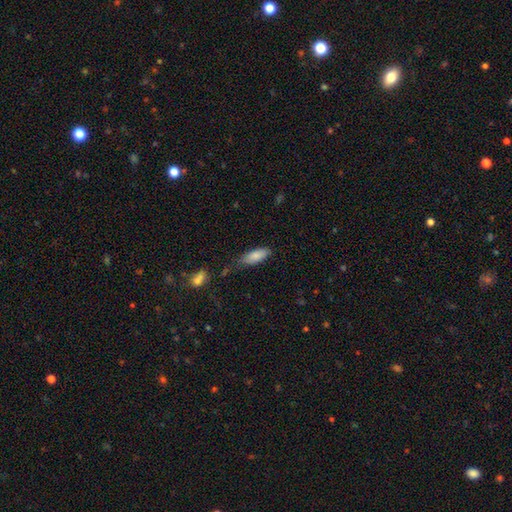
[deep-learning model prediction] smooth_or_featured: smooth (p=0.84) [alt: featured or disk p=0.10]
how_rounded: in between (p=0.74) [alt: cigar-shaped p=0.24]
merging: none (p=0.57) [alt: minor disturbance p=0.31]